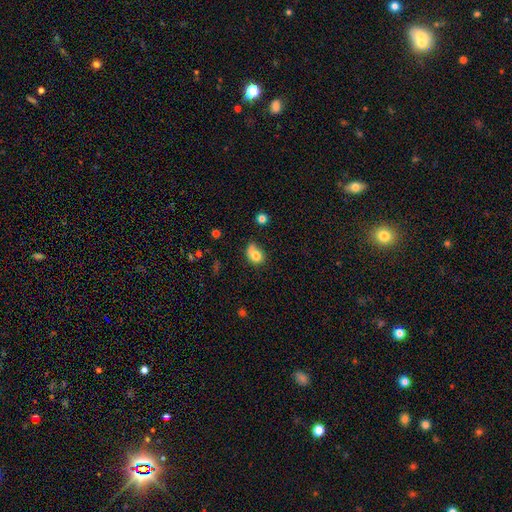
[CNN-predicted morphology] Smooth or featured? smooth (76%)
How rounded? round (53%)
Merging? none (36%)